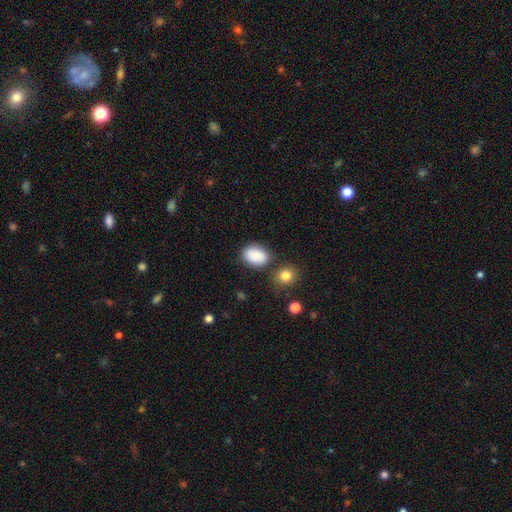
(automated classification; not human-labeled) Smooth or featured? Predicted: smooth (p=0.85). How rounded? Predicted: in between (p=0.74). Merging? Predicted: none (p=0.74).